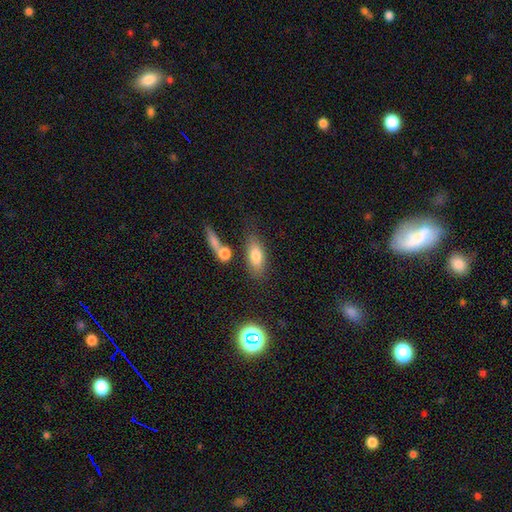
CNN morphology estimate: smooth 77%, featured or disk 14%, star or artifact 8%. Down the decision tree: how rounded — in between (79%); merging — none (68%).